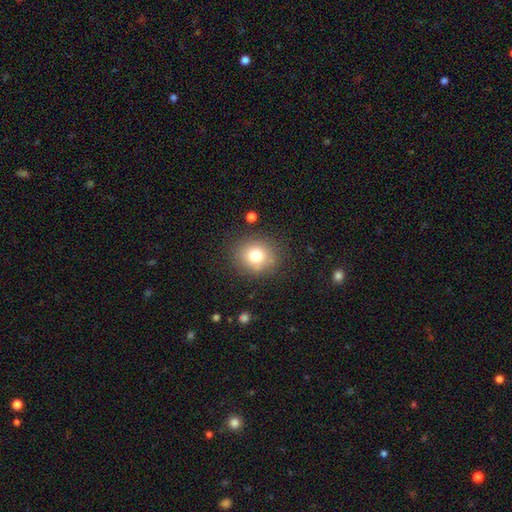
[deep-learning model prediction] Q: Smooth or featured?
A: smooth (76%); runner-up: star or artifact (13%)
Q: How rounded?
A: round (81%); runner-up: in between (18%)
Q: Merging?
A: none (84%); runner-up: minor disturbance (10%)